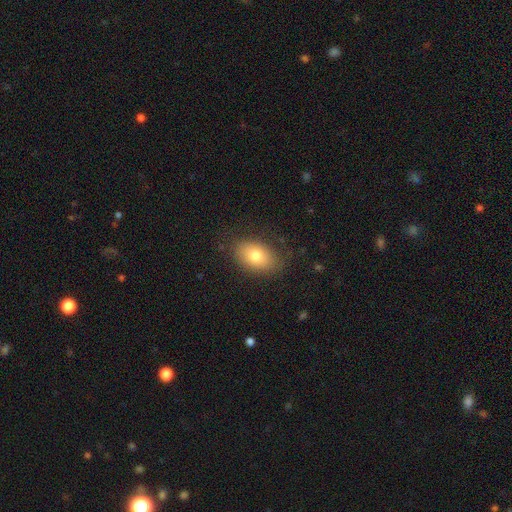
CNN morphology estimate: Smooth or featured? smooth (78%)
How rounded? in between (86%)
Merging? none (81%)